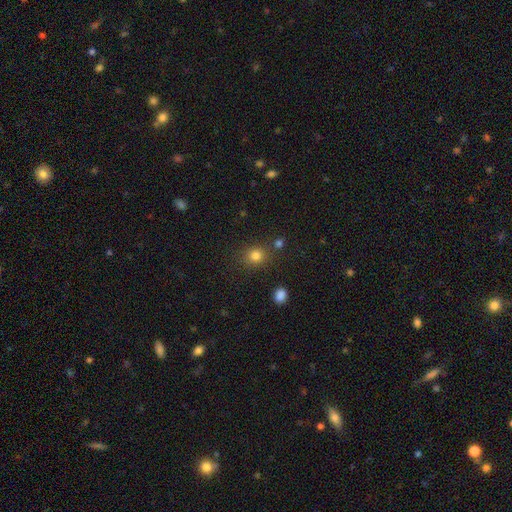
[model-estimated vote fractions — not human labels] A smooth galaxy with no disk features (81%) that is round (78%).

Vote fractions:
- Smooth or featured? smooth: 81% / star or artifact: 14% / featured or disk: 6%
- How rounded? round: 78% / in between: 22% / cigar-shaped: 1%
- Merging? none: 79% / minor disturbance: 10% / merger: 7% / major disturbance: 4%